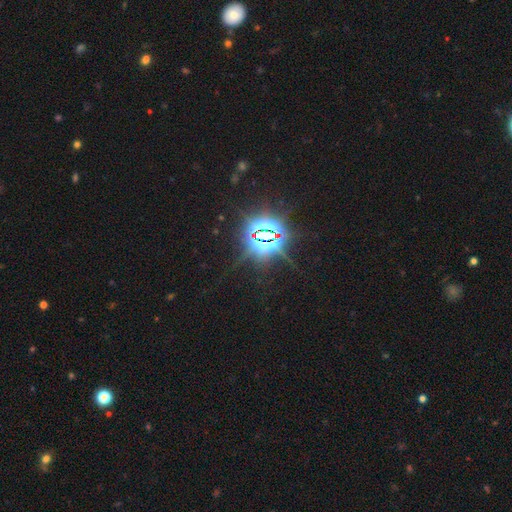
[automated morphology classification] smooth-or-featured: star or artifact: 84% | smooth: 9% | featured or disk: 7%